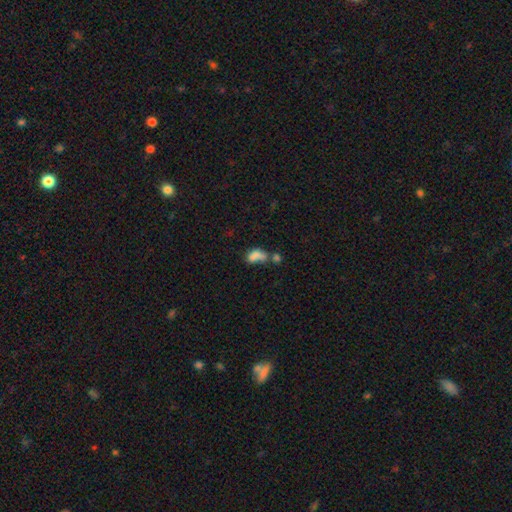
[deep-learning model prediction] smooth 69%, featured or disk 19%, star or artifact 13%. Down the decision tree: how rounded — in between (81%); merging — merger (56%).